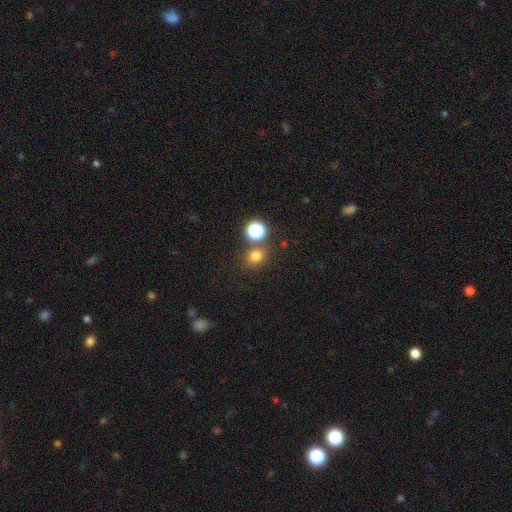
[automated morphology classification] Smooth or featured? smooth (74%)
How rounded? round (80%)
Merging? none (74%)